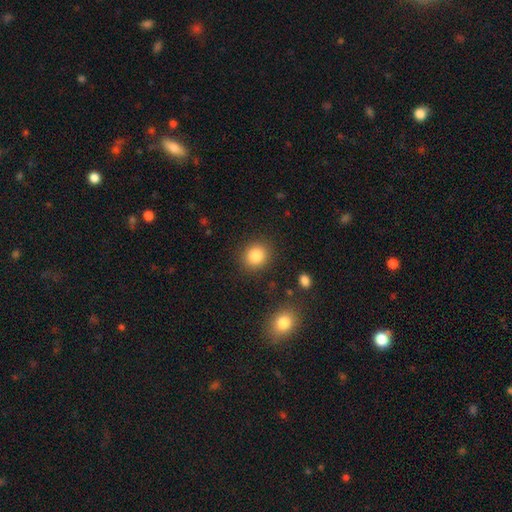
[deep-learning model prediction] Smooth or featured?
  - smooth: 85% *
  - star or artifact: 10%
  - featured or disk: 6%
How rounded?
  - round: 77% *
  - in between: 22%
  - cigar-shaped: 1%
Merging?
  - none: 87% *
  - minor disturbance: 8%
  - major disturbance: 3%
  - merger: 2%